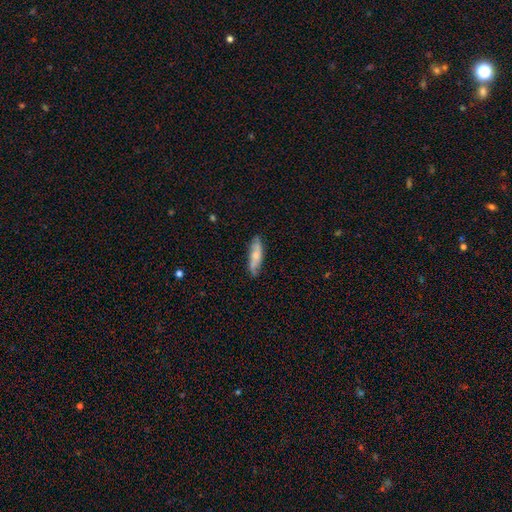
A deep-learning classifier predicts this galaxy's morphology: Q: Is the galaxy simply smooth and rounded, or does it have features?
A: smooth — 65%.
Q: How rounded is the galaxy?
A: cigar-shaped — 59%.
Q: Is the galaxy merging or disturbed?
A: none — 80%.